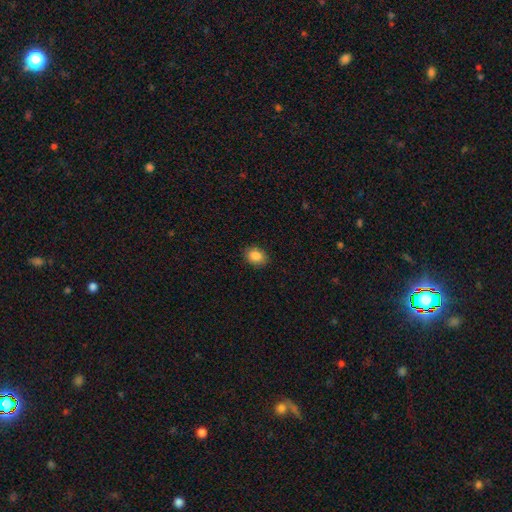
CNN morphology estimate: Q: Smooth or featured?
A: smooth (86%); runner-up: star or artifact (9%)
Q: How rounded?
A: in between (60%); runner-up: round (39%)
Q: Merging?
A: none (88%); runner-up: minor disturbance (9%)